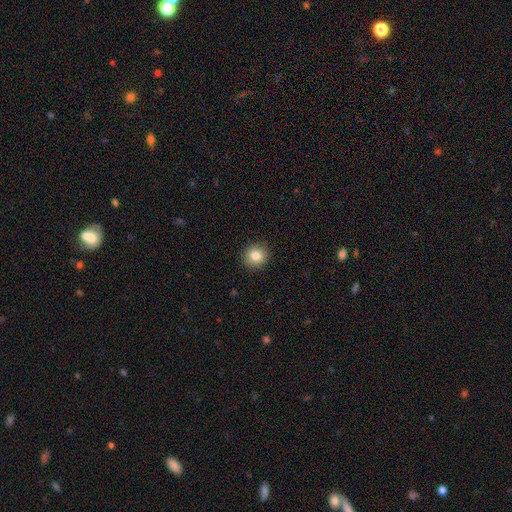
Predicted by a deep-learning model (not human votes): The model was most divided on "smooth or featured": smooth: 83%, star or artifact: 9%, featured or disk: 7%. More confident: merging — none (91%); how rounded — round (91%).